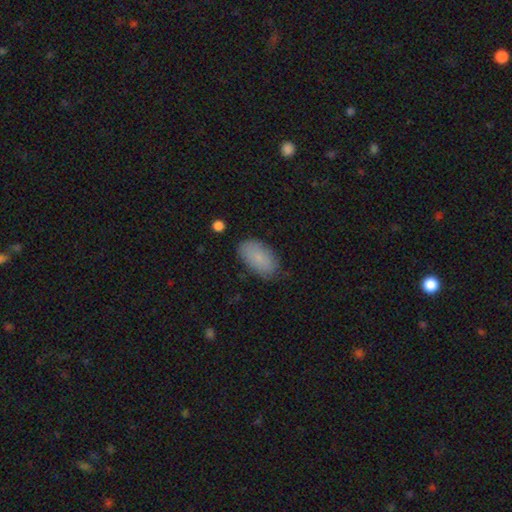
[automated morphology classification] A smooth galaxy with no disk features (83%) that is in between round and cigar-shaped (94%). Merging: none (77%).